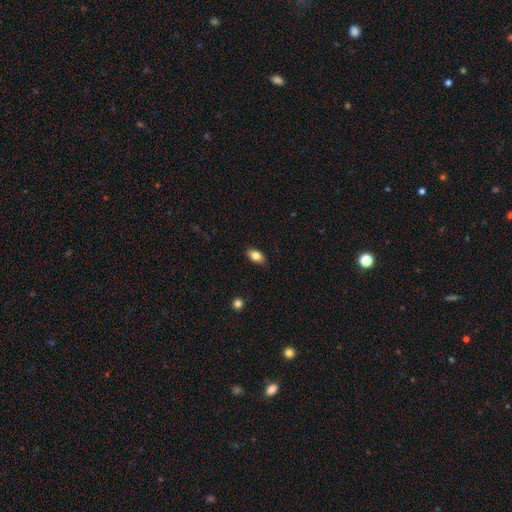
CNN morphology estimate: smooth-or-featured: smooth: 83% | featured or disk: 9% | star or artifact: 8%
  how-rounded: in between: 90% | round: 7% | cigar-shaped: 3%
  merging: none: 87% | minor disturbance: 10% | major disturbance: 2% | merger: 1%